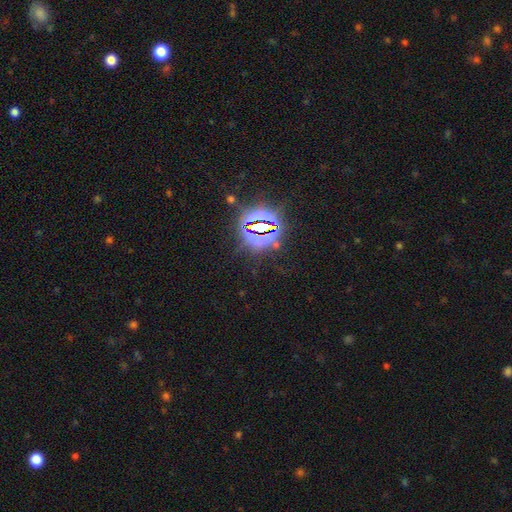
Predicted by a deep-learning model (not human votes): Smooth or featured? star or artifact (85%)